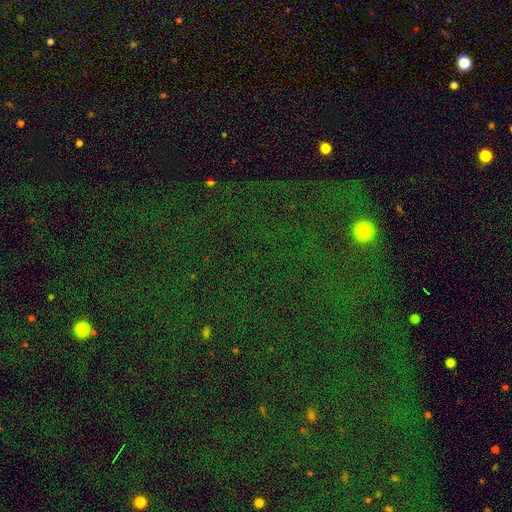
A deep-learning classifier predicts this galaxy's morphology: A star or artifact, not a galaxy (81%).